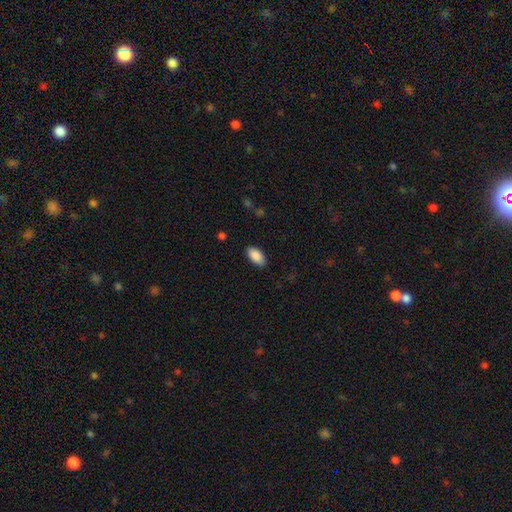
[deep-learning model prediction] Smooth or featured?
  - smooth: 89% *
  - star or artifact: 6%
  - featured or disk: 4%
How rounded?
  - in between: 95% *
  - cigar-shaped: 3%
  - round: 2%
Merging?
  - none: 88% *
  - minor disturbance: 9%
  - major disturbance: 2%
  - merger: 1%